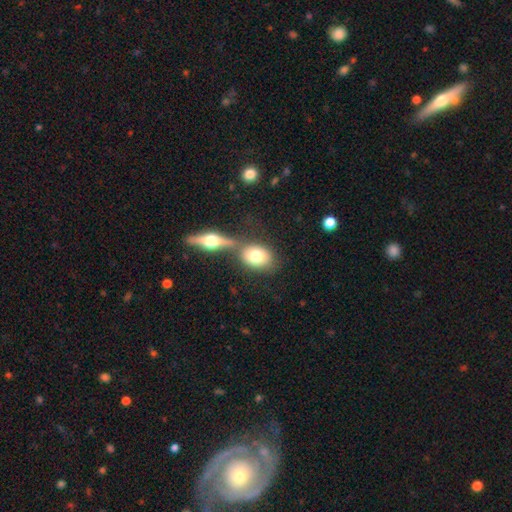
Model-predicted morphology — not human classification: smooth 72%, featured or disk 21%, star or artifact 7%. Down the decision tree: how rounded — in between (71%); merging — none (52%).